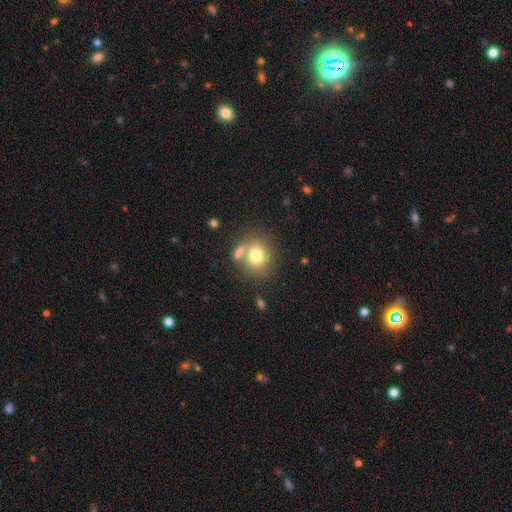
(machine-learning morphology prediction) Smooth or featured: smooth — 76% (featured or disk — 13%)
How rounded: round — 76% (in between — 23%)
Merging: none — 57% (merger — 26%)